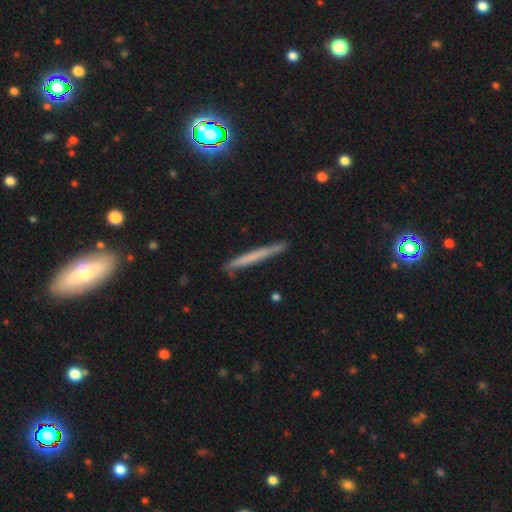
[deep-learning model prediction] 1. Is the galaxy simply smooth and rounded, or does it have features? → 57% smooth, 36% featured or disk, 7% star or artifact.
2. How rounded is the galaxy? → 97% cigar-shaped, 2% in between, 1% round.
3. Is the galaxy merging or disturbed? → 85% none, 12% minor disturbance, 2% major disturbance, 2% merger.